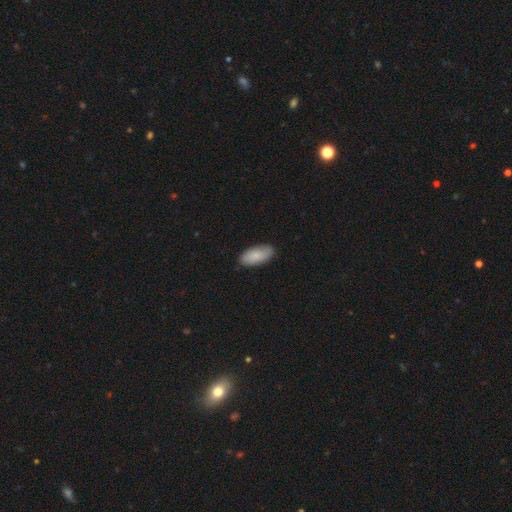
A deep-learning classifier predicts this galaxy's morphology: smooth 86%, featured or disk 9%, star or artifact 6%. Down the decision tree: how rounded — in between (91%); merging — none (86%).